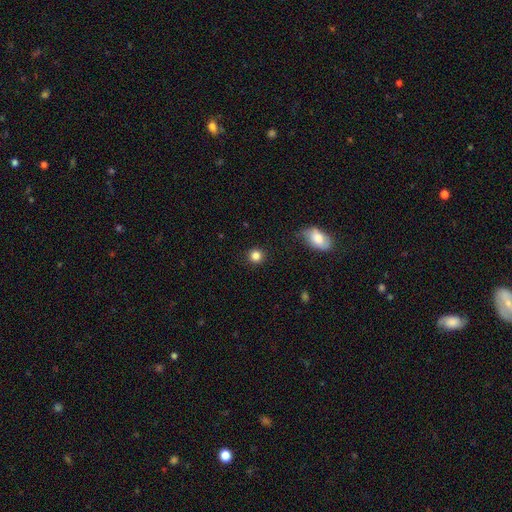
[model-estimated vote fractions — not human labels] smooth-or-featured: smooth: 84% | star or artifact: 11% | featured or disk: 4%
  how-rounded: round: 92% | in between: 7% | cigar-shaped: 1%
  merging: none: 90% | minor disturbance: 7% | major disturbance: 2% | merger: 1%